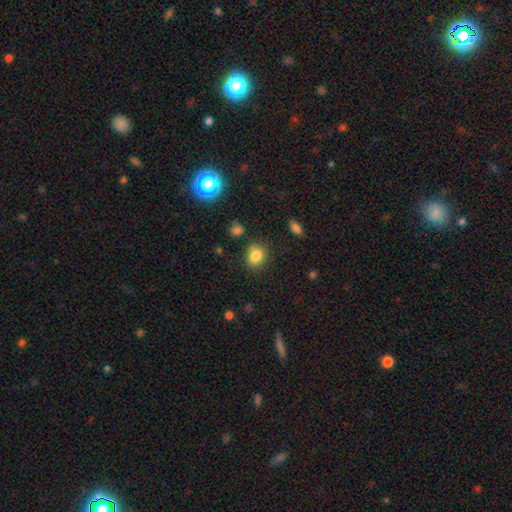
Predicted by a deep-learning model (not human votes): Smooth or featured: smooth — 82% (star or artifact — 12%)
How rounded: round — 55% (in between — 44%)
Merging: none — 80% (minor disturbance — 12%)